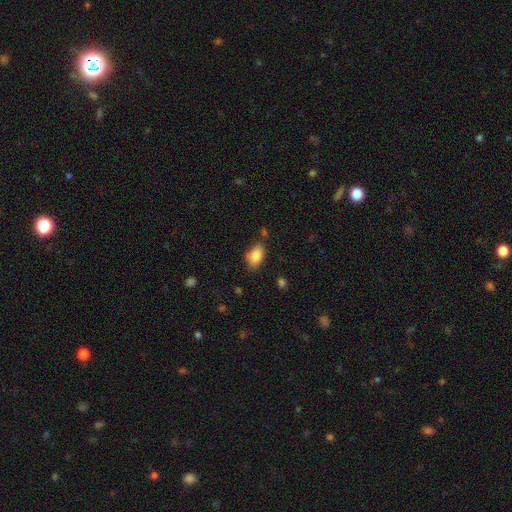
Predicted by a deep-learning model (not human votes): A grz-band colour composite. It shows a smooth galaxy with no disk features (84%) that is in between round and cigar-shaped (91%). Merging: none (75%).